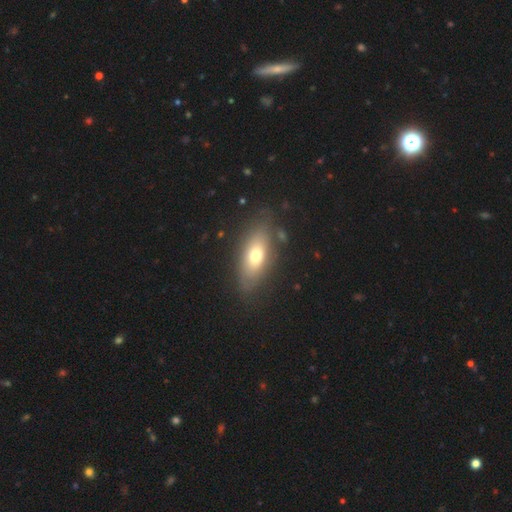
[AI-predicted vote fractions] A smooth galaxy with no disk features (67%) that is in between round and cigar-shaped (79%). Merging: none (78%).